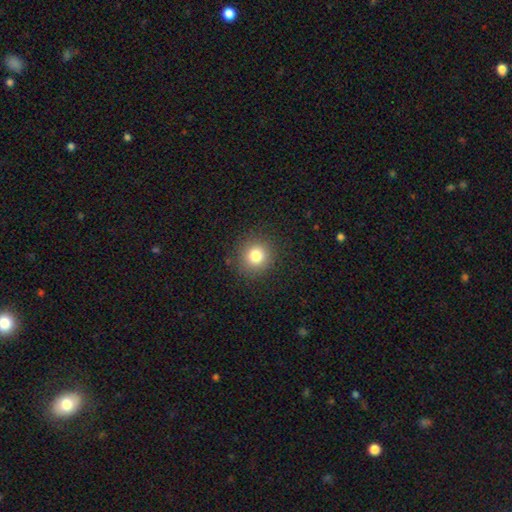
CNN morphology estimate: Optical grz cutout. It shows a smooth galaxy with no disk features (80%) that is round (92%). Merging: none (89%).